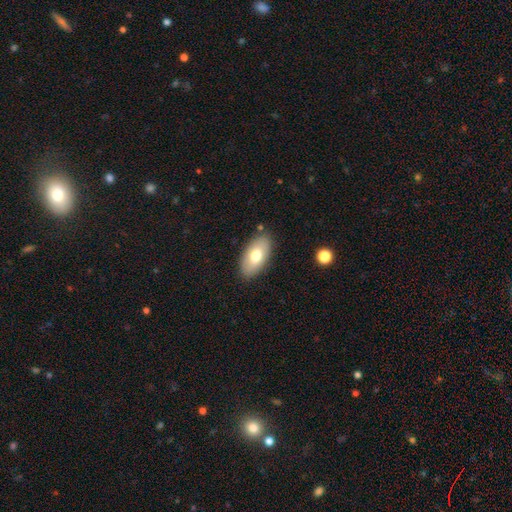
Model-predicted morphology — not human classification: The model was most divided on "smooth or featured": smooth: 71%, featured or disk: 22%, star or artifact: 6%. More confident: how rounded — in between (94%); merging — none (85%).